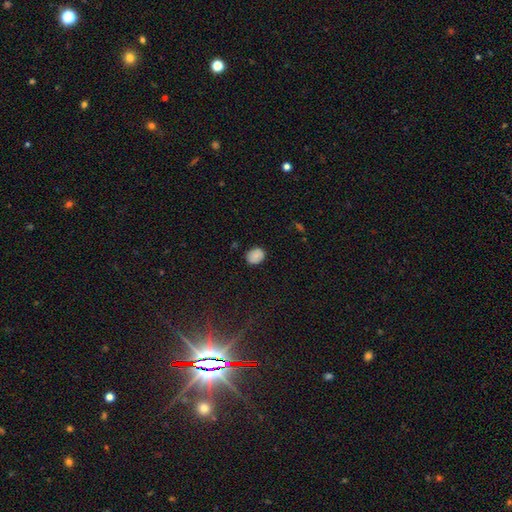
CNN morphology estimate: A smooth galaxy with no disk features (83%) that is round (52%).

Vote fractions:
- Smooth or featured? smooth: 83% / star or artifact: 10% / featured or disk: 7%
- How rounded? round: 52% / in between: 47% / cigar-shaped: 1%
- Merging? none: 81% / minor disturbance: 15% / major disturbance: 3% / merger: 1%